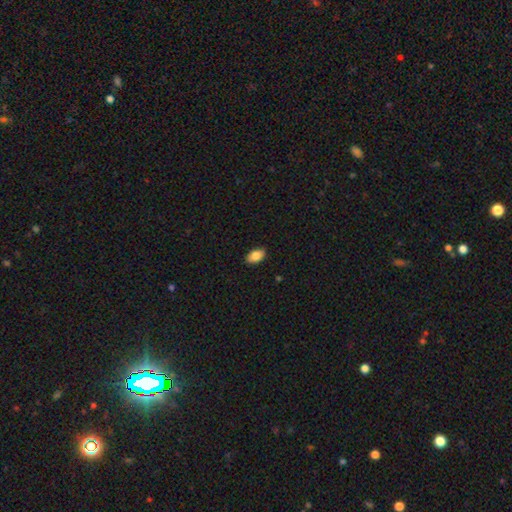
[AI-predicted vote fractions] This appears to be a smooth galaxy with no disk features (85%) that is in between round and cigar-shaped (93%). Merging: none (89%).